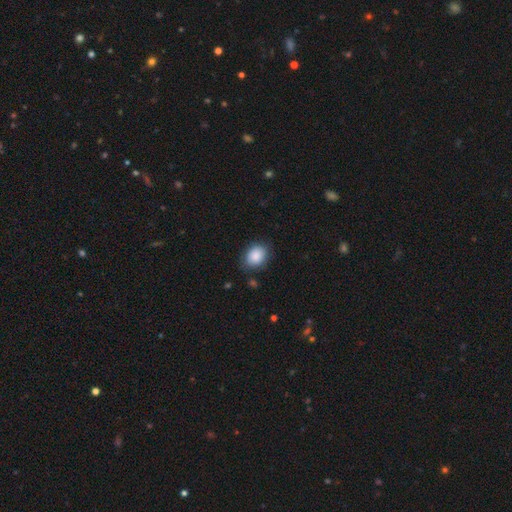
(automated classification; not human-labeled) This is clearly a smooth galaxy (88%). How rounded: possibly in between (59%). Merging: likely none (78%).